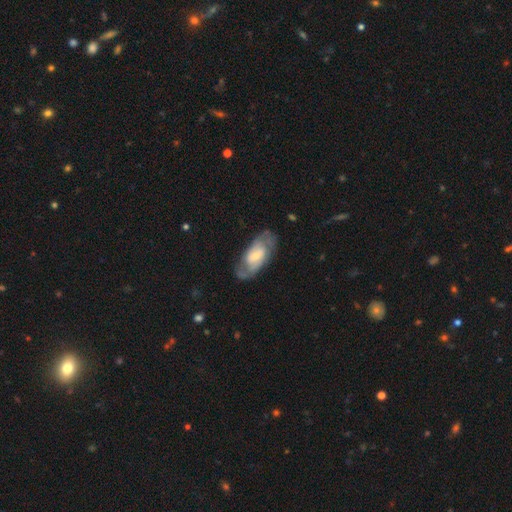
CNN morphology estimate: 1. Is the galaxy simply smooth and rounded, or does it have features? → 67% featured or disk, 28% smooth, 5% star or artifact.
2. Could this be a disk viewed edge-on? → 93% no, 7% yes.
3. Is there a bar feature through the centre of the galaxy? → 49% no, 39% weak, 12% strong.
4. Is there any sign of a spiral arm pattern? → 80% yes, 20% no.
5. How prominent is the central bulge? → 56% small, 33% moderate, 6% large, 3% none, 1% dominant.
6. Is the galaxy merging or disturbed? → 69% none, 20% minor disturbance, 10% major disturbance, 2% merger.